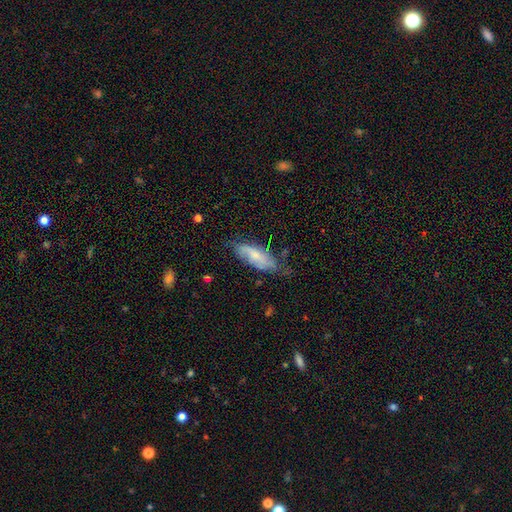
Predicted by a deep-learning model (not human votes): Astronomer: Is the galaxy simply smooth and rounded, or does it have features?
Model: smooth — 51% (runner-up: featured or disk, 42%).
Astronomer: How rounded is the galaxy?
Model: in between — 65%.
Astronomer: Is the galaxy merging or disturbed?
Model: none — 57% (runner-up: minor disturbance, 32%).